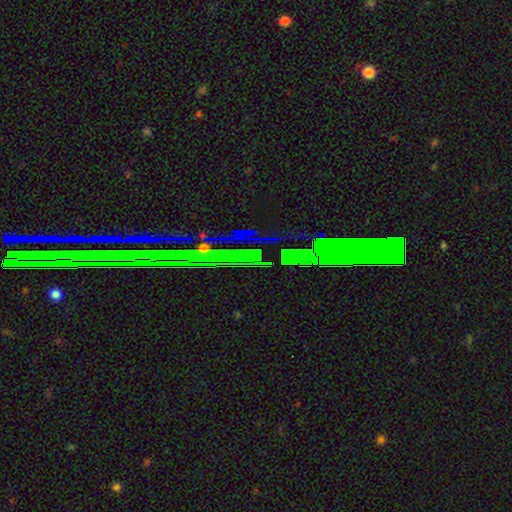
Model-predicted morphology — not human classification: Smooth or featured? Predicted: star or artifact (p=0.64).